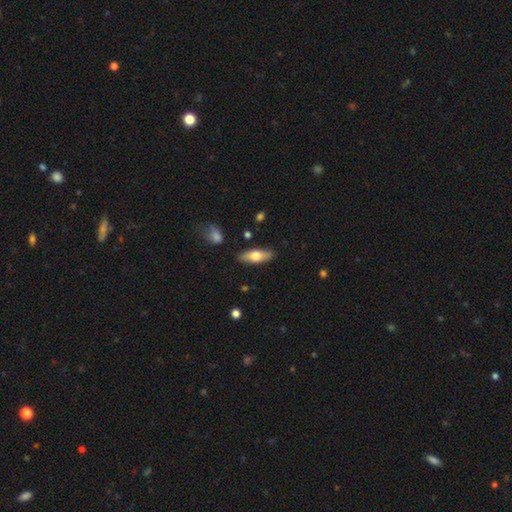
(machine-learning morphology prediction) Smooth or featured? smooth (65%)
How rounded? in between (65%)
Merging? none (86%)